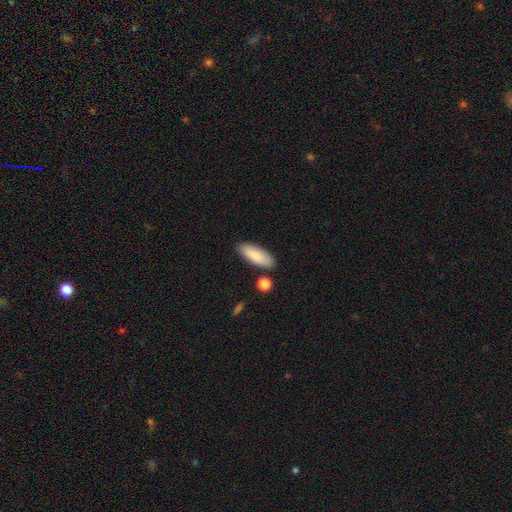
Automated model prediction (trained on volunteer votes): Smooth or featured: smooth — 85% (featured or disk — 10%)
How rounded: in between — 70% (cigar-shaped — 28%)
Merging: none — 82% (minor disturbance — 11%)